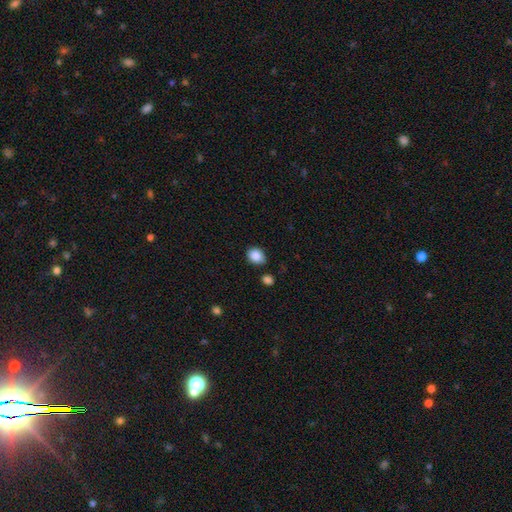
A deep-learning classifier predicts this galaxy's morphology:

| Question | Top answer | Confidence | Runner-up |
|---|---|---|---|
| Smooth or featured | smooth | 88% | star or artifact (9%) |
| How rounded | round | 54% | in between (45%) |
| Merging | none | 76% | minor disturbance (16%) |